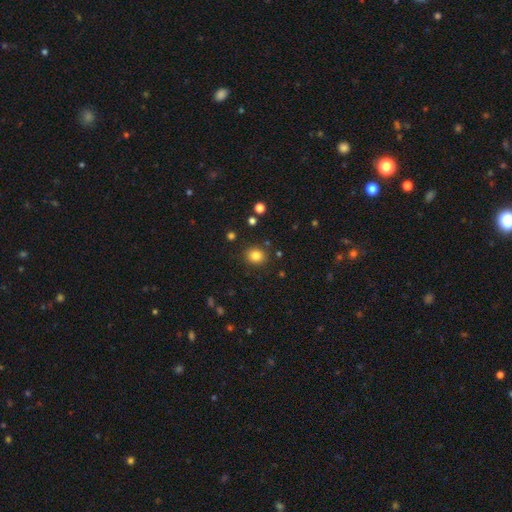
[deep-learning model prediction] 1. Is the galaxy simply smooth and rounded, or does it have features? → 83% smooth, 12% star or artifact, 5% featured or disk.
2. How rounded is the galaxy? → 76% round, 24% in between, 1% cigar-shaped.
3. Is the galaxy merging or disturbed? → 87% none, 8% minor disturbance, 3% major disturbance, 2% merger.